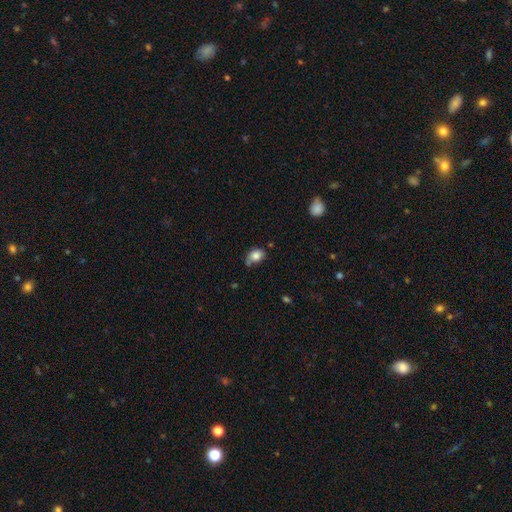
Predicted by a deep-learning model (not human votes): Morphology: type=smooth (82%); roundness=in between (65%); merging=none (55%).